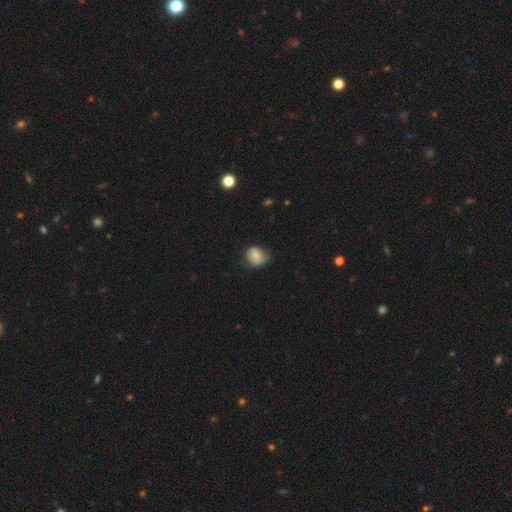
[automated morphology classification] A smooth galaxy with no disk features (80%) that is round (64%).

Vote fractions:
- Smooth or featured? smooth: 80% / featured or disk: 11% / star or artifact: 9%
- How rounded? round: 64% / in between: 35% / cigar-shaped: 1%
- Merging? none: 63% / minor disturbance: 29% / major disturbance: 7% / merger: 1%